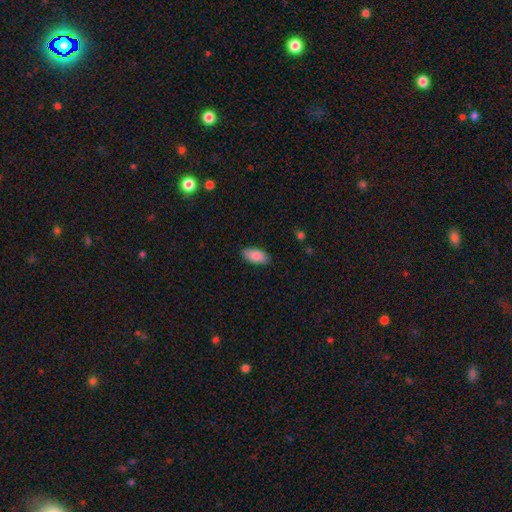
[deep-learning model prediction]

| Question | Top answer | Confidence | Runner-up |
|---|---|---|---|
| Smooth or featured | smooth | 89% | star or artifact (6%) |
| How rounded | in between | 93% | cigar-shaped (5%) |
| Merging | none | 87% | minor disturbance (10%) |